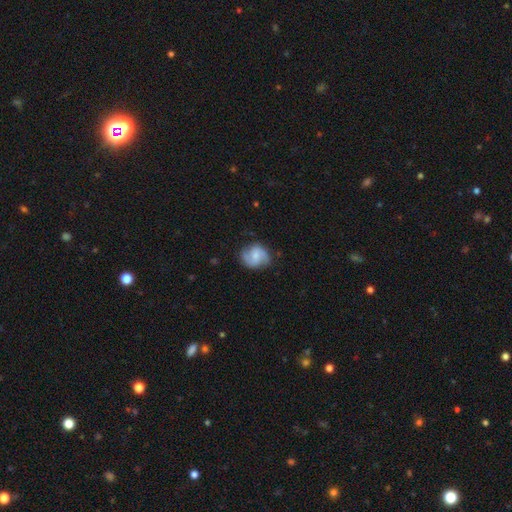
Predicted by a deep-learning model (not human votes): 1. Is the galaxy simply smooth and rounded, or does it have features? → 61% featured or disk, 32% smooth, 7% star or artifact.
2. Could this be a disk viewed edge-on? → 98% no, 2% yes.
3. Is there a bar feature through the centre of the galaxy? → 47% weak, 43% no, 11% strong.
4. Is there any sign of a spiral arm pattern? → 91% yes, 9% no.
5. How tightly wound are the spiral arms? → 47% medium, 30% loose, 22% tight.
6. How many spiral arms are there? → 81% 2, 9% can't tell, 5% 3, 3% 1, 1% 4, 1% more than 4.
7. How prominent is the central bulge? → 44% small, 35% moderate, 16% none, 4% large, 1% dominant.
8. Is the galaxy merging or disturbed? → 73% none, 19% minor disturbance, 6% major disturbance, 1% merger.